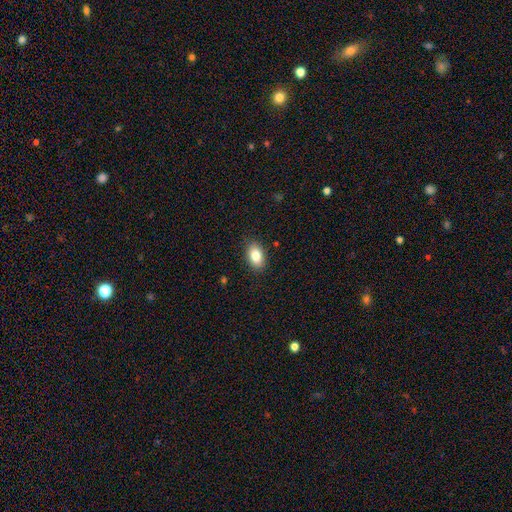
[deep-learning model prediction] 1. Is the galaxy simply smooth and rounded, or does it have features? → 83% smooth, 9% featured or disk, 8% star or artifact.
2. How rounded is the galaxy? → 89% in between, 9% round, 2% cigar-shaped.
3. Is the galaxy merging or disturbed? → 87% none, 10% minor disturbance, 2% major disturbance, 1% merger.